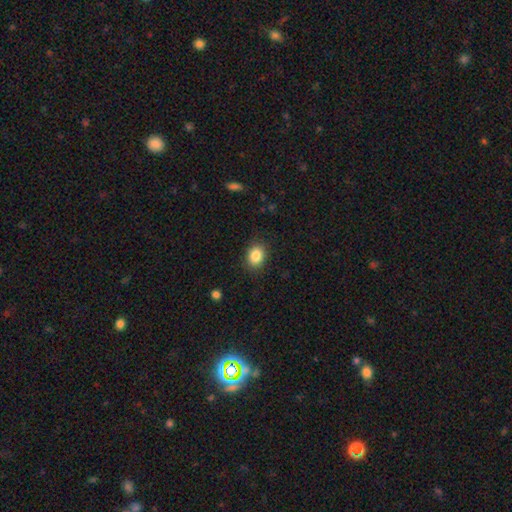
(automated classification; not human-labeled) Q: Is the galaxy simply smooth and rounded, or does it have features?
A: smooth — 86%.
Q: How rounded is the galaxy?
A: in between — 57%.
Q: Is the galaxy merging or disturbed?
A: none — 86%.